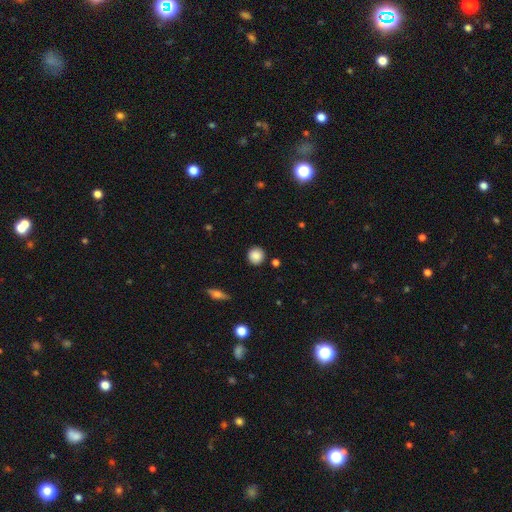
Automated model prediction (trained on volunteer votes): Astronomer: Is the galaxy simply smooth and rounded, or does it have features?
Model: smooth — 87%.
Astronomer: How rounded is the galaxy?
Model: round — 93%.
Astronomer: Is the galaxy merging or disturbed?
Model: none — 90%.